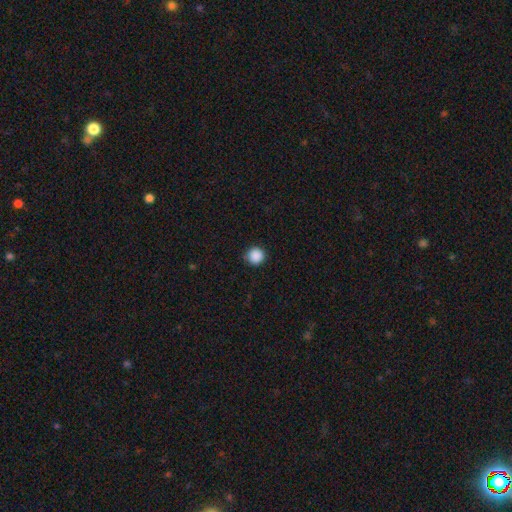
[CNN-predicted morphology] smooth-or-featured: smooth: 88% | star or artifact: 9% | featured or disk: 2%
  how-rounded: round: 96% | in between: 3% | cigar-shaped: 1%
  merging: none: 90% | minor disturbance: 7% | major disturbance: 2% | merger: 1%